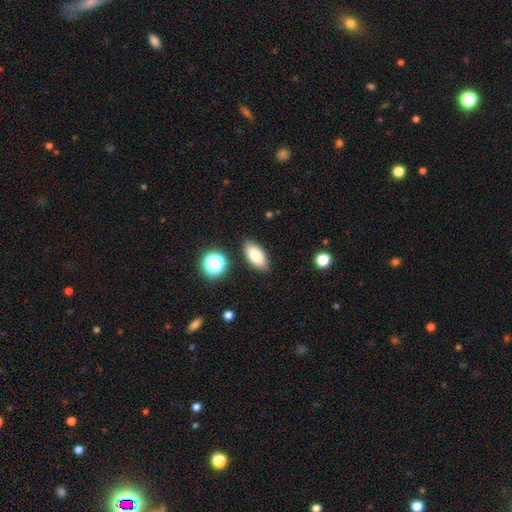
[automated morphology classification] Smooth or featured? smooth (78%)
How rounded? in between (87%)
Merging? none (87%)